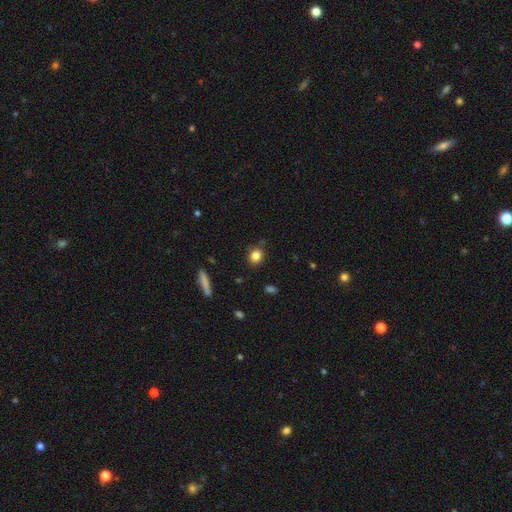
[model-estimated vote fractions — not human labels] A smooth galaxy with no disk features (83%) that is round (66%). Merging: none (84%).